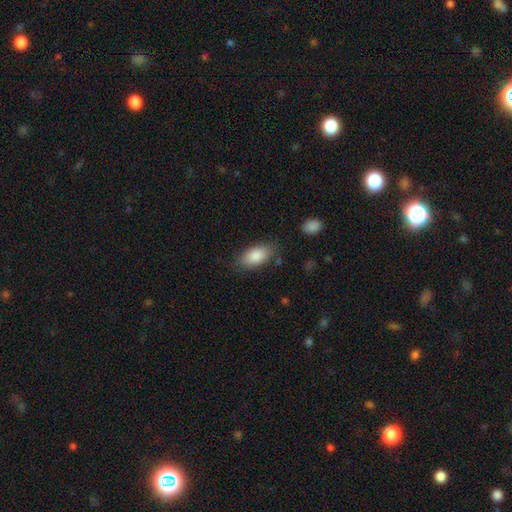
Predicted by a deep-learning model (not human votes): Q: Smooth or featured?
A: smooth (86%); runner-up: featured or disk (7%)
Q: How rounded?
A: in between (92%); runner-up: cigar-shaped (4%)
Q: Merging?
A: none (77%); runner-up: minor disturbance (16%)